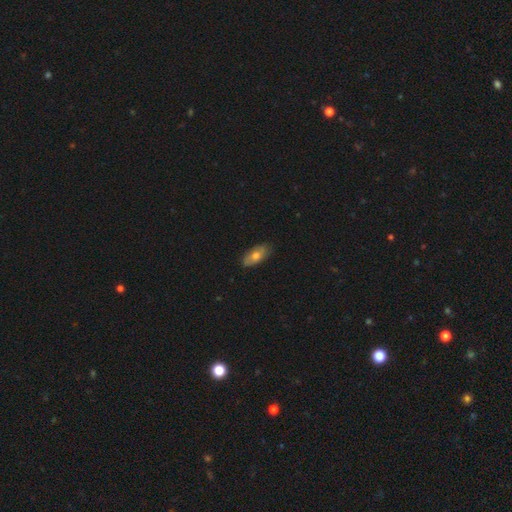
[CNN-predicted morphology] This appears to be a smooth galaxy with no disk features (69%) that is in between round and cigar-shaped (88%). Merging: none (83%).